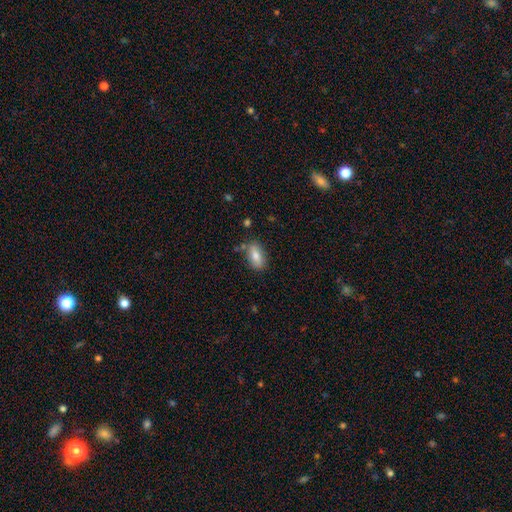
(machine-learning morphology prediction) A smooth galaxy with no disk features (79%) that is in between round and cigar-shaped (85%). Merging: none (79%).